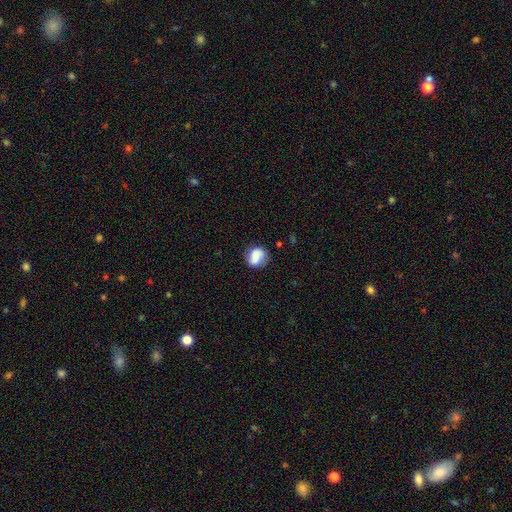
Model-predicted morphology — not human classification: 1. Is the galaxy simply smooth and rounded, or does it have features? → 73% smooth, 18% featured or disk, 9% star or artifact.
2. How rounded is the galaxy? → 66% round, 32% in between, 2% cigar-shaped.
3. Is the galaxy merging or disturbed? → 70% none, 20% minor disturbance, 6% major disturbance, 3% merger.